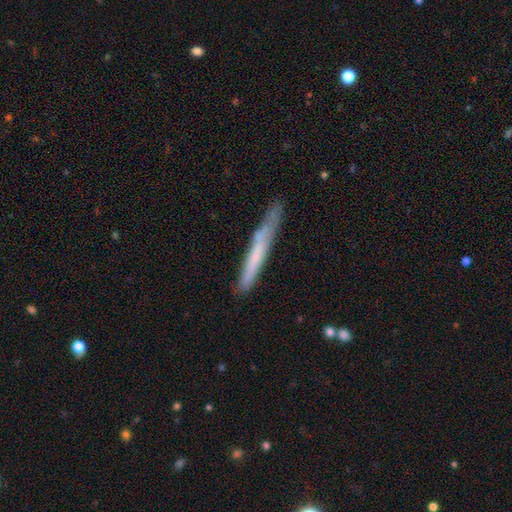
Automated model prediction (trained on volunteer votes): smooth_or_featured: smooth (p=0.53) [alt: featured or disk p=0.40]
how_rounded: cigar-shaped (p=0.96) [alt: in between p=0.03]
merging: none (p=0.69) [alt: minor disturbance p=0.22]